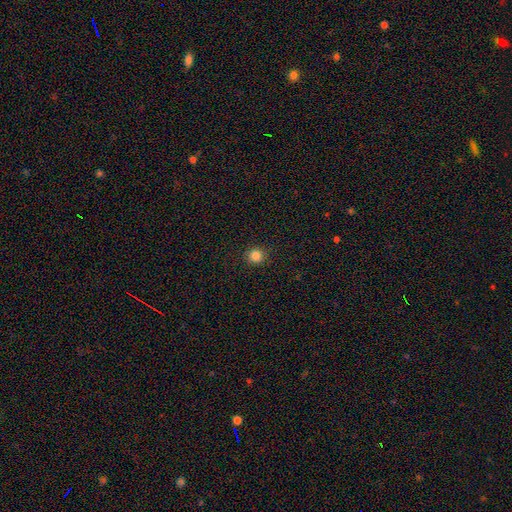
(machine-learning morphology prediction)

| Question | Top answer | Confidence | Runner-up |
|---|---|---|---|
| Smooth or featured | smooth | 83% | star or artifact (13%) |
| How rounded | round | 93% | in between (6%) |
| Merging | none | 92% | minor disturbance (6%) |